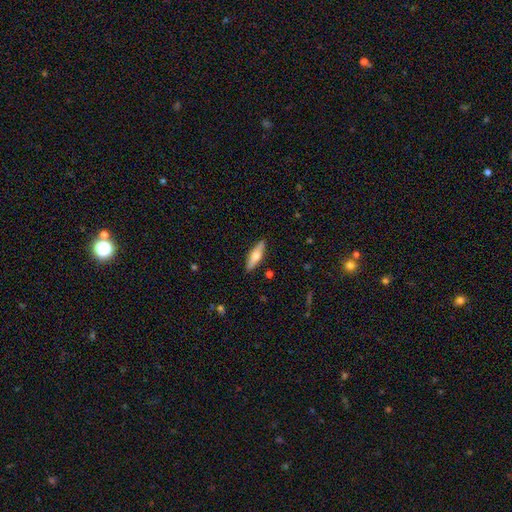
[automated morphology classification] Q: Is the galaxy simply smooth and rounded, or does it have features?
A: smooth — 52%.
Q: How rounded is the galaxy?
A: cigar-shaped — 57%.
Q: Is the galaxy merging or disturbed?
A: none — 88%.